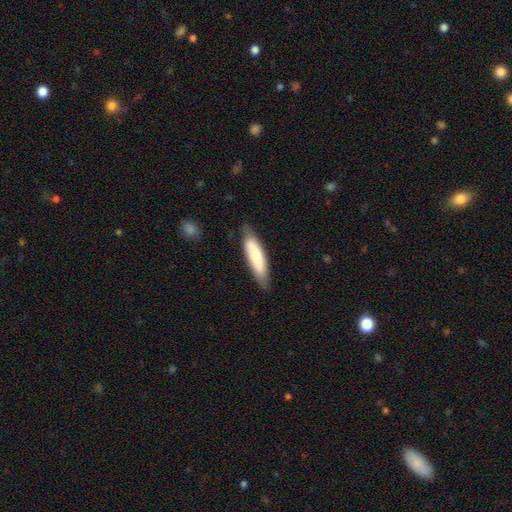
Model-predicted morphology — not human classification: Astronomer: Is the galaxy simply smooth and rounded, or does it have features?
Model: smooth — 66%.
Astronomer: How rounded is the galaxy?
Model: cigar-shaped — 65%.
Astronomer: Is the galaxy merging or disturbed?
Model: none — 76%.